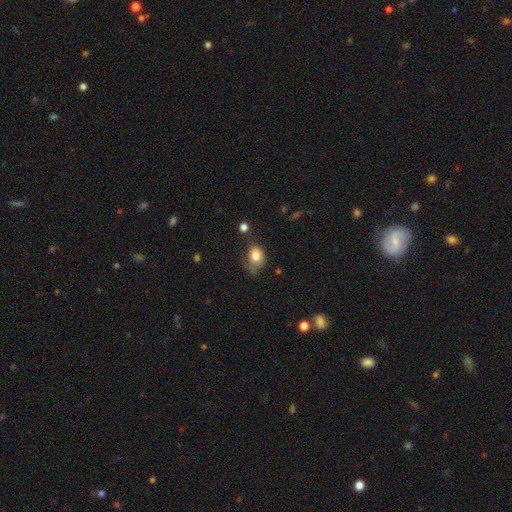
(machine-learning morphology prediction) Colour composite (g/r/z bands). It shows a smooth galaxy with no disk features (81%) that is in between round and cigar-shaped (66%). Merging: none (41%).